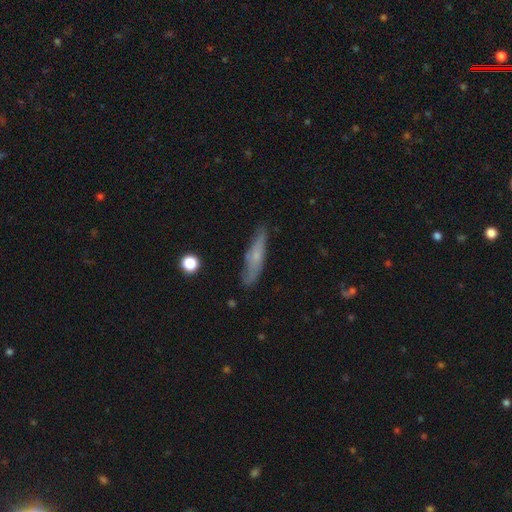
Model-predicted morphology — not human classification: Smooth or featured? smooth (51%)
How rounded? cigar-shaped (80%)
Merging? none (76%)